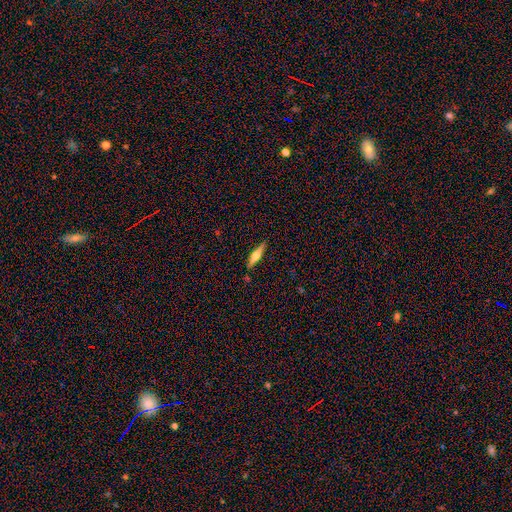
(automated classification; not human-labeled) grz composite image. It shows a featured or disk galaxy (56%) viewed edge-on (96%) with a rounded central bulge (89%). Merging: none (87%).